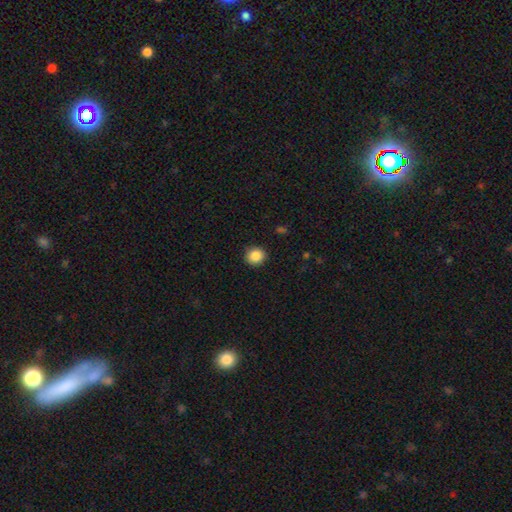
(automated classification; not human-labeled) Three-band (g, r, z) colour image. It shows a smooth galaxy with no disk features (87%) that is round (88%). Merging: none (91%).